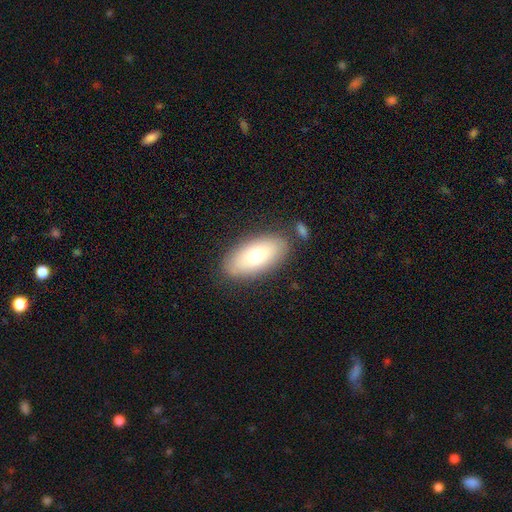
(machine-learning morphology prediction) Smooth or featured? Predicted: smooth (p=0.72). How rounded? Predicted: in between (p=0.92). Merging? Predicted: none (p=0.78).